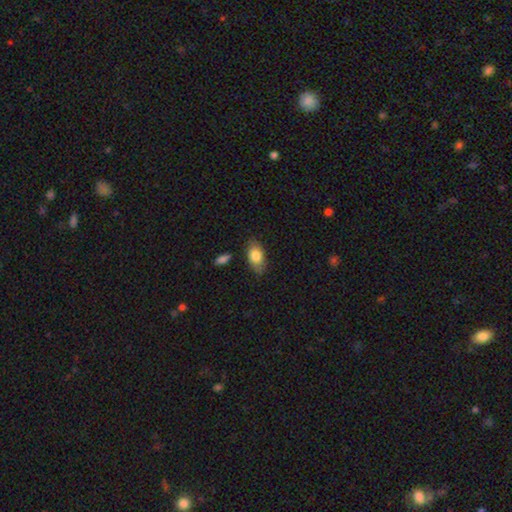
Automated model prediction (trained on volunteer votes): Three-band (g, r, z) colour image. It shows a smooth galaxy with no disk features (80%) that is in between round and cigar-shaped (90%). Merging: none (78%).